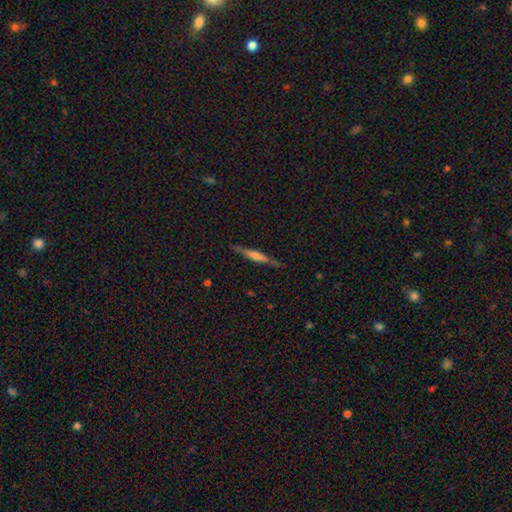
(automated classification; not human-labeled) The model was most divided on "edge-on bulge": rounded: 47%, boxy: 33%, none: 20%. More confident: edge-on disk — yes (97%); merging — none (87%); smooth or featured — featured or disk (67%).